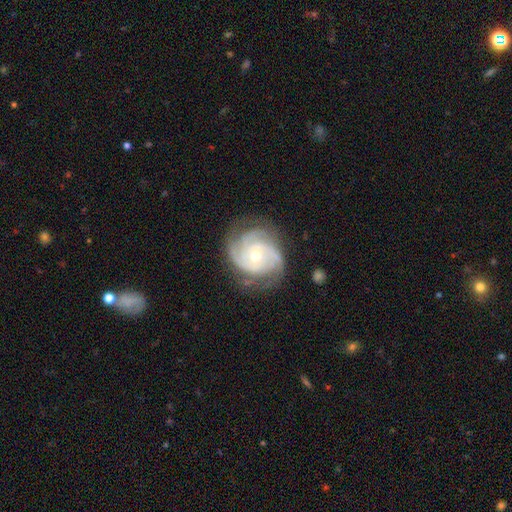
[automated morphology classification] The model was most divided on "bulge size": moderate: 59%, small: 37%, large: 2%, none: 1%, dominant: 1%. Remaining: edge-on disk — no (98%); spiral arms — yes (98%); smooth or featured — featured or disk (90%); bar — no (74%); merging — none (74%); spiral winding — tight (70%); spiral arm count — 3 (42%).